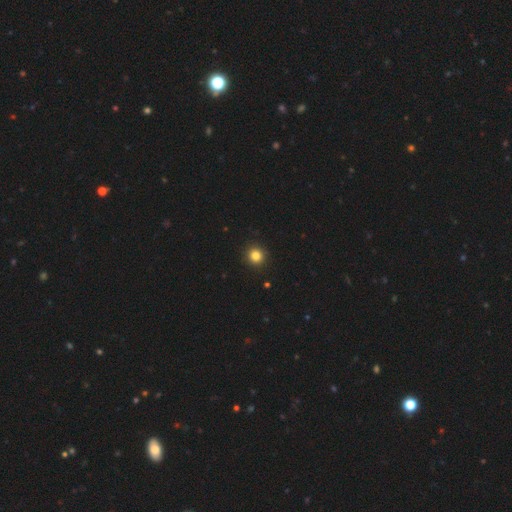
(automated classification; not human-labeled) Overall: smooth (83%). How rounded: round (94%). Merging: none (93%).